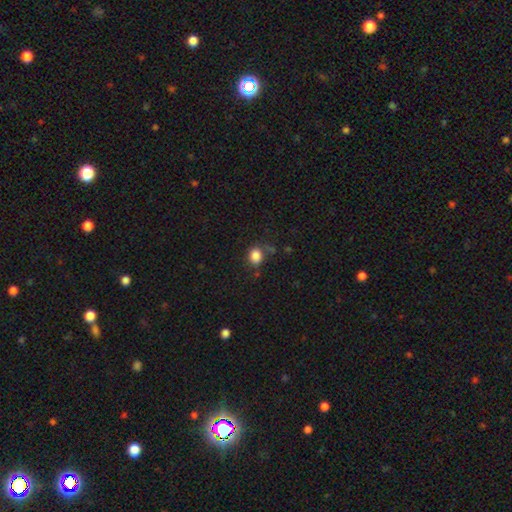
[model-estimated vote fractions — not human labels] Smooth or featured? Predicted: smooth (p=0.85). How rounded? Predicted: in between (p=0.56). Merging? Predicted: none (p=0.70).